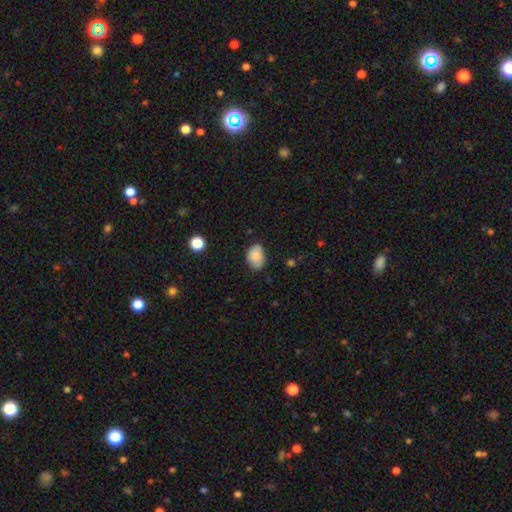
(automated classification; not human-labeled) This is clearly a smooth galaxy (82%). How rounded: likely in between (79%). Merging: likely none (71%).